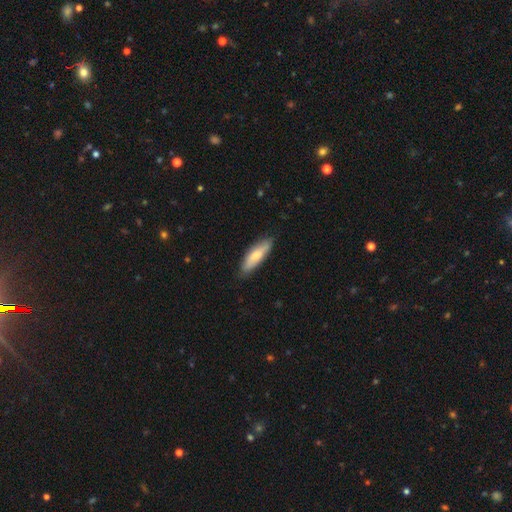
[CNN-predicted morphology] type=smooth (72%); roundness=cigar-shaped (52%); merging=none (82%).